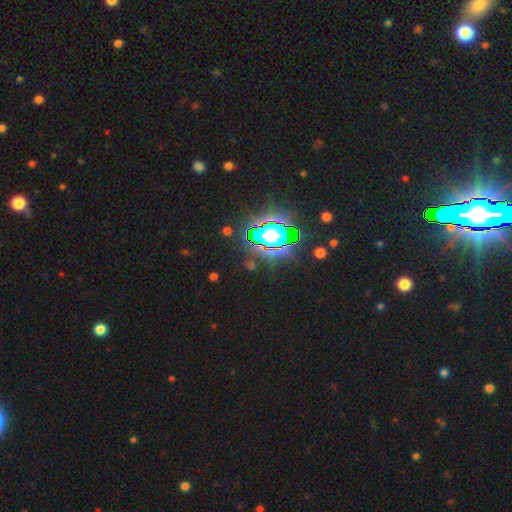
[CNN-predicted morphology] smooth-or-featured: star or artifact: 81% | smooth: 11% | featured or disk: 8%